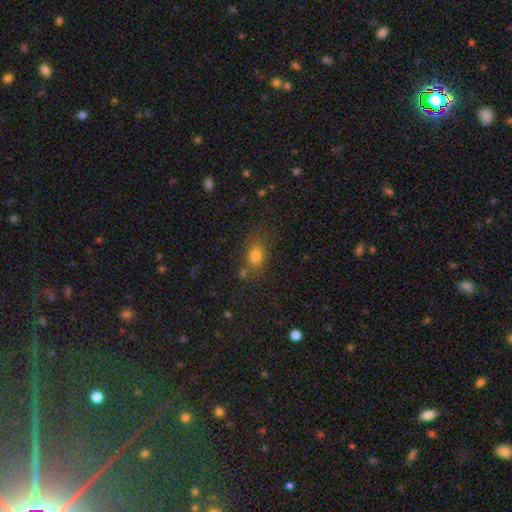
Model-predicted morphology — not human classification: smooth_or_featured: smooth (p=0.75) [alt: star or artifact p=0.16]
how_rounded: in between (p=0.64) [alt: round p=0.33]
merging: none (p=0.66) [alt: minor disturbance p=0.17]